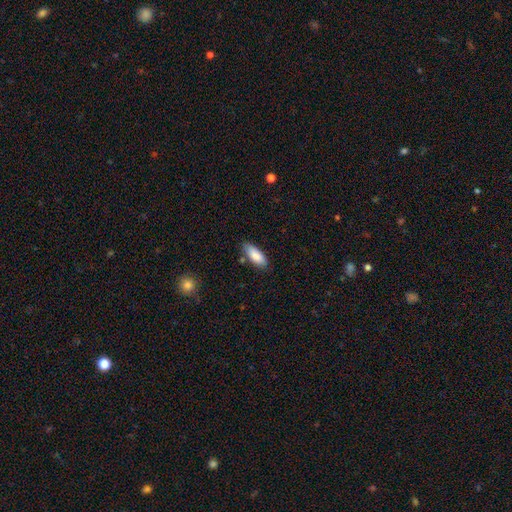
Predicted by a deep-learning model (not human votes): smooth_or_featured: smooth (p=0.86) [alt: featured or disk p=0.08]
how_rounded: in between (p=0.78) [alt: cigar-shaped p=0.20]
merging: none (p=0.77) [alt: minor disturbance p=0.16]